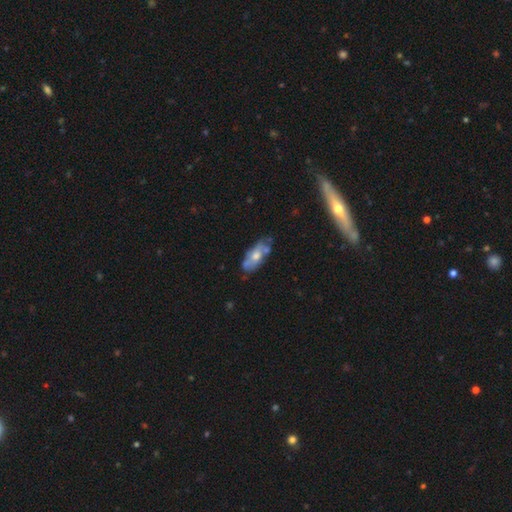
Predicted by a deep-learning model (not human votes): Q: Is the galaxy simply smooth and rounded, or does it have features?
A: smooth — 47%, tied with featured or disk.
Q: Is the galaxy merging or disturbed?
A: none — 54%.